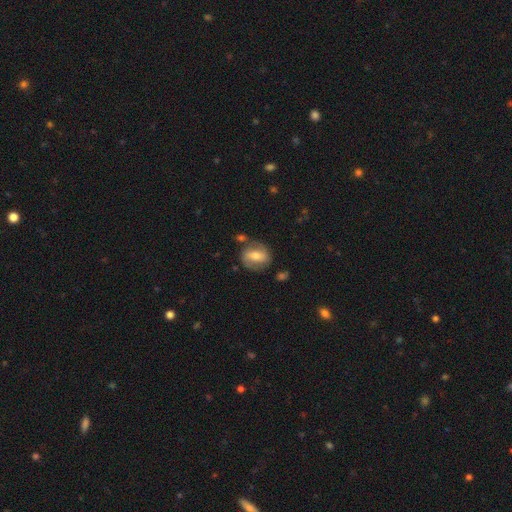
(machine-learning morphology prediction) smooth-or-featured: featured or disk: 58% | smooth: 35% | star or artifact: 7%
  disk-edge-on: no: 95% | yes: 5%
    bar: weak: 39% | strong: 36% | no: 24%
    has-spiral-arms: yes: 77% | no: 23%
    bulge-size: moderate: 65% | small: 24% | large: 8% | none: 2% | dominant: 1%
  merging: none: 71% | minor disturbance: 17% | major disturbance: 7% | merger: 6%